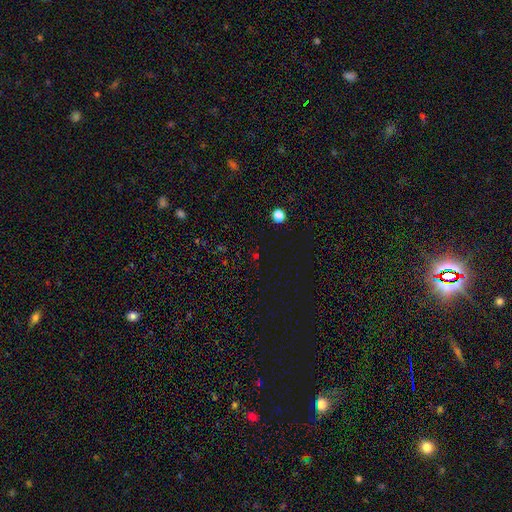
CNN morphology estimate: A star or artifact, not a galaxy (61%).